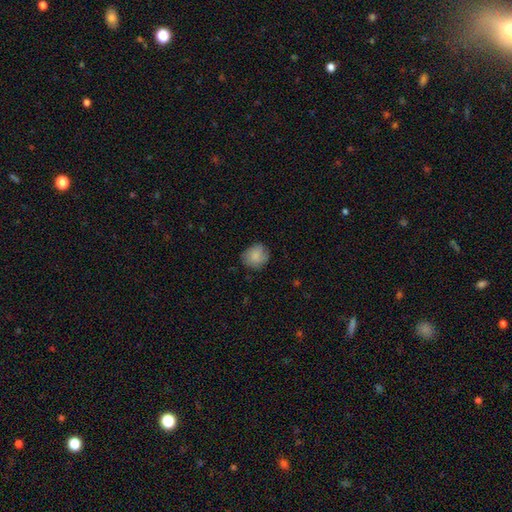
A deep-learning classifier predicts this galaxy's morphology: The model was most divided on "how rounded": round: 78%, in between: 21%, cigar-shaped: 1%. More confident: smooth or featured — smooth (84%); merging — none (77%).